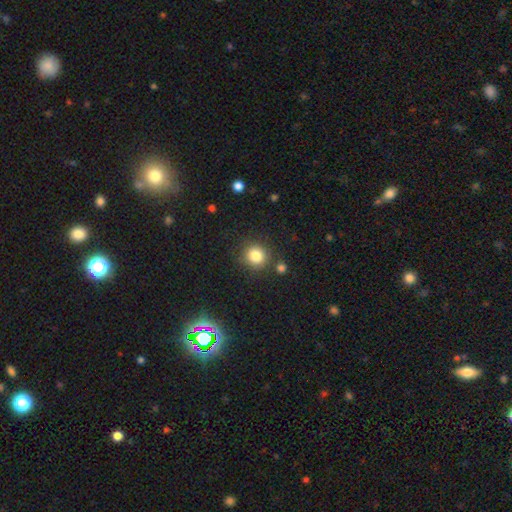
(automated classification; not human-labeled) Smooth or featured? smooth (83%)
How rounded? round (89%)
Merging? none (82%)